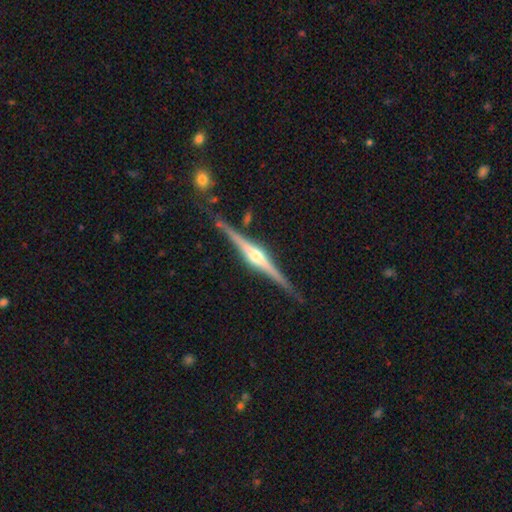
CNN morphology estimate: Q: Smooth or featured?
A: featured or disk (87%); runner-up: smooth (8%)
Q: Edge-on disk?
A: yes (98%); runner-up: no (2%)
Q: Edge-on bulge?
A: rounded (92%); runner-up: boxy (6%)
Q: Merging?
A: none (86%); runner-up: minor disturbance (10%)